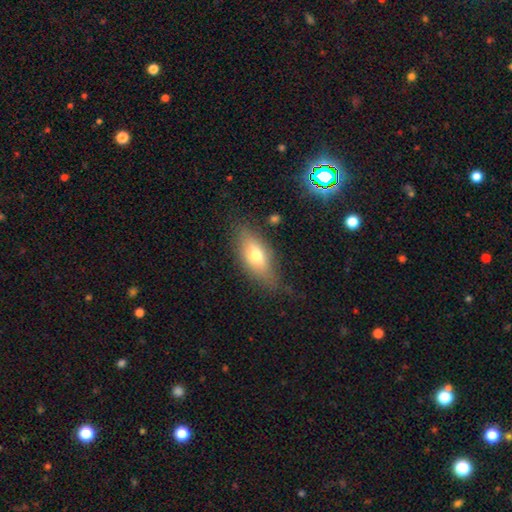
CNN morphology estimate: A smooth galaxy with no disk features (59%) that is in between round and cigar-shaped (75%). Merging: none (71%).